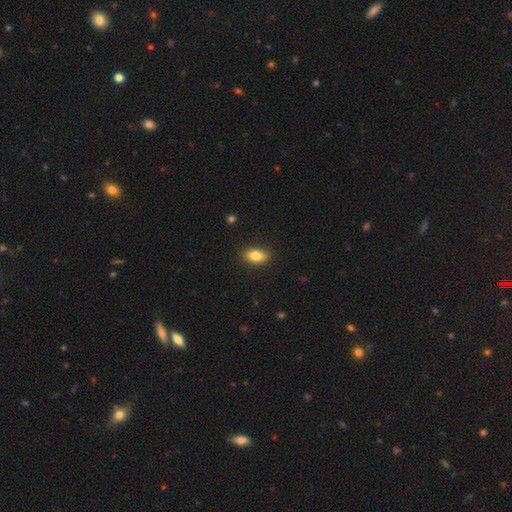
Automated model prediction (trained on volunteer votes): This appears to be a smooth galaxy with no disk features (83%) that is in between round and cigar-shaped (88%). Merging: none (88%).